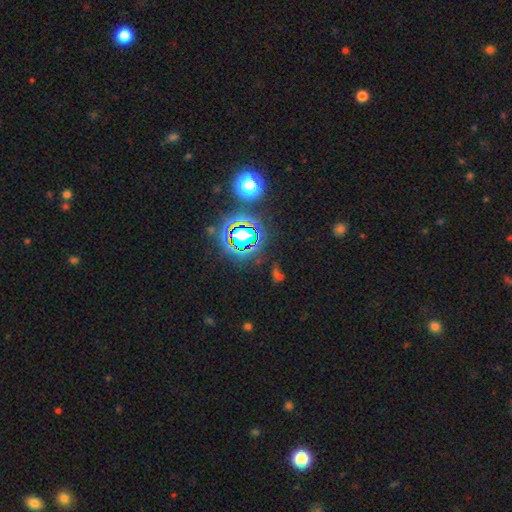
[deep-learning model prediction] Smooth or featured? Predicted: star or artifact (p=0.76).